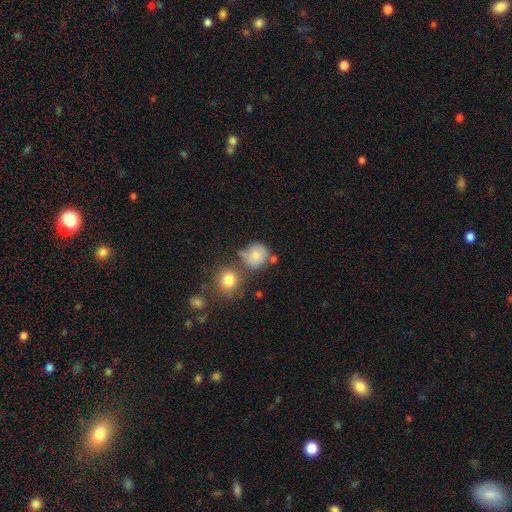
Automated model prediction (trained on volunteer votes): A smooth galaxy with no disk features (77%) that is round (82%).

Vote fractions:
- Smooth or featured? smooth: 77% / featured or disk: 13% / star or artifact: 10%
- How rounded? round: 82% / in between: 17% / cigar-shaped: 1%
- Merging? none: 51% / minor disturbance: 23% / merger: 17% / major disturbance: 9%